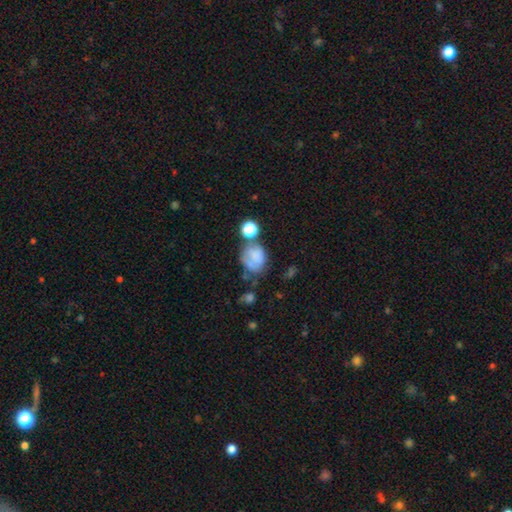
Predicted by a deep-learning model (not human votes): Smooth or featured: smooth — 65% (featured or disk — 22%)
How rounded: round — 57% (in between — 43%)
Merging: none — 36% (minor disturbance — 24%)